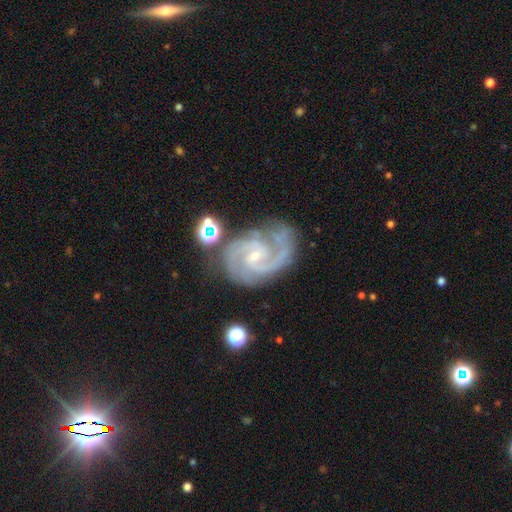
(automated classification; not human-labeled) smooth-or-featured: featured or disk: 91% | star or artifact: 5% | smooth: 3%
  disk-edge-on: no: 98% | yes: 2%
    bar: no: 46% | weak: 44% | strong: 11%
    has-spiral-arms: yes: 98% | no: 2%
      spiral-winding: medium: 53% | tight: 37% | loose: 10%
      spiral-arm-count: 2: 71% | 3: 13% | can't tell: 6% | 4: 3% | 1: 3% | more than 4: 3%
    bulge-size: small: 78% | moderate: 17% | none: 3% | large: 1% | dominant: 1%
  merging: none: 62% | minor disturbance: 22% | major disturbance: 11% | merger: 6%